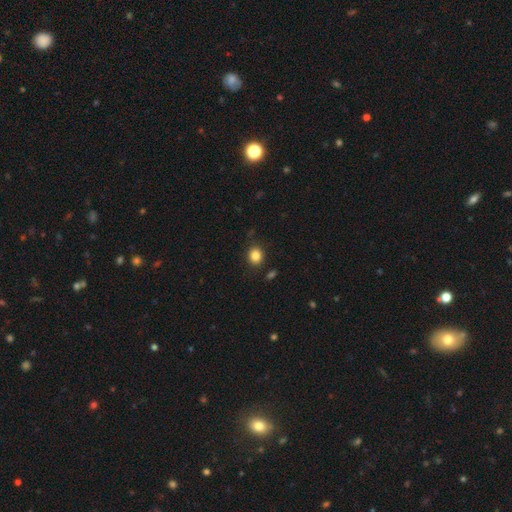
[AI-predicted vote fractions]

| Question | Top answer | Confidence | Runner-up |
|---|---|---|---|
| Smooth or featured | smooth | 85% | star or artifact (11%) |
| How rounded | round | 70% | in between (30%) |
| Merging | none | 85% | minor disturbance (10%) |